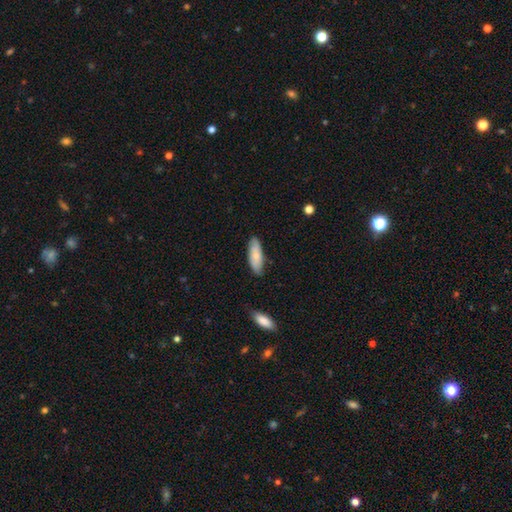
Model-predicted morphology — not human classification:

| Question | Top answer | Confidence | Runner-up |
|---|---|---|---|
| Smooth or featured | smooth | 72% | featured or disk (22%) |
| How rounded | in between | 66% | cigar-shaped (32%) |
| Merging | none | 81% | minor disturbance (15%) |